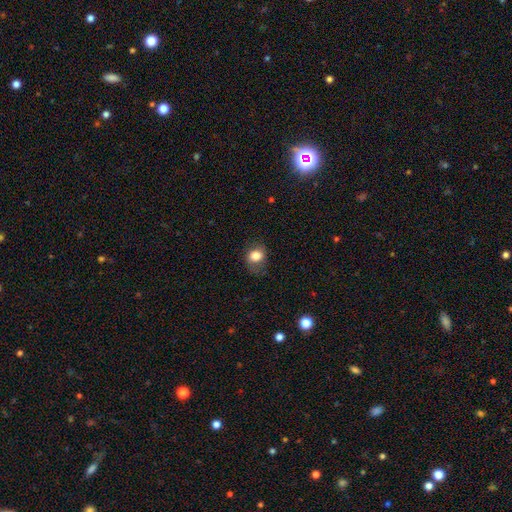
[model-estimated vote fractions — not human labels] Smooth or featured? smooth (81%)
How rounded? round (57%)
Merging? none (65%)